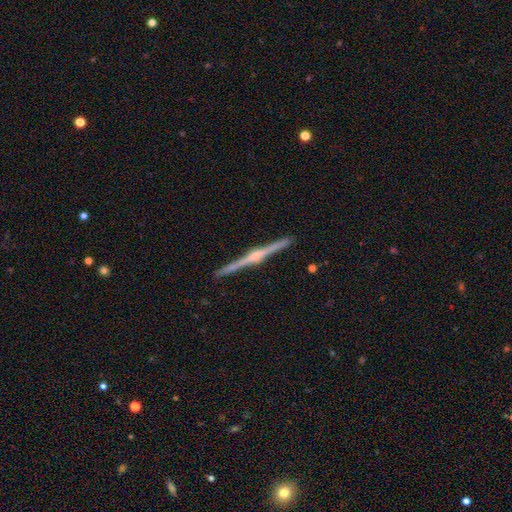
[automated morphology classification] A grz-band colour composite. It shows a featured or disk galaxy (87%) viewed edge-on (99%) with a rounded central bulge (77%). Merging: none (93%).